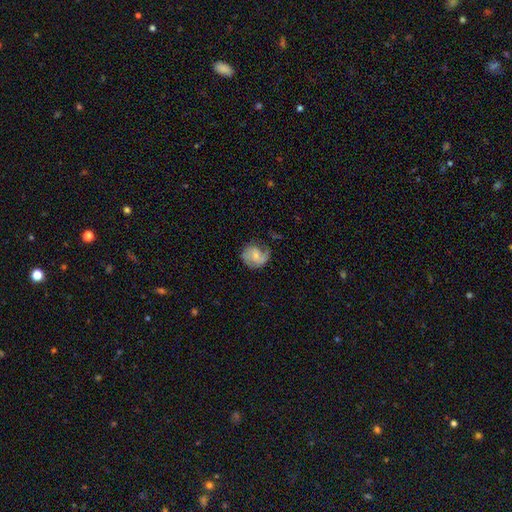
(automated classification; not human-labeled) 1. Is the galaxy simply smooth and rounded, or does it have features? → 63% featured or disk, 31% smooth, 7% star or artifact.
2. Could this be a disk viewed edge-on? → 98% no, 2% yes.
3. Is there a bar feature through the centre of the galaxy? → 58% no, 35% weak, 7% strong.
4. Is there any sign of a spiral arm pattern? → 90% yes, 10% no.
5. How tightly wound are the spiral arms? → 44% medium, 31% tight, 25% loose.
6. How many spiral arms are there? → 64% 2, 17% 1, 11% can't tell, 5% 3, 1% 4, 1% more than 4.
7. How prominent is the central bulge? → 54% small, 37% moderate, 6% none, 2% large, 1% dominant.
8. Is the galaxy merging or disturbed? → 59% none, 25% minor disturbance, 14% major disturbance, 2% merger.